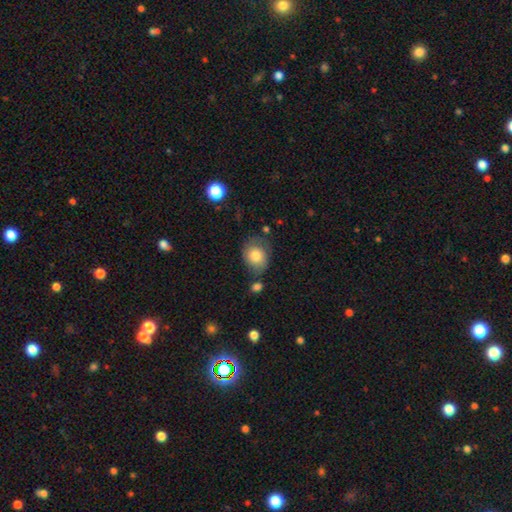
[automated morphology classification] The model was most divided on "how rounded": round: 52%, in between: 47%, cigar-shaped: 1%. More confident: smooth or featured — smooth (76%); merging — none (57%).